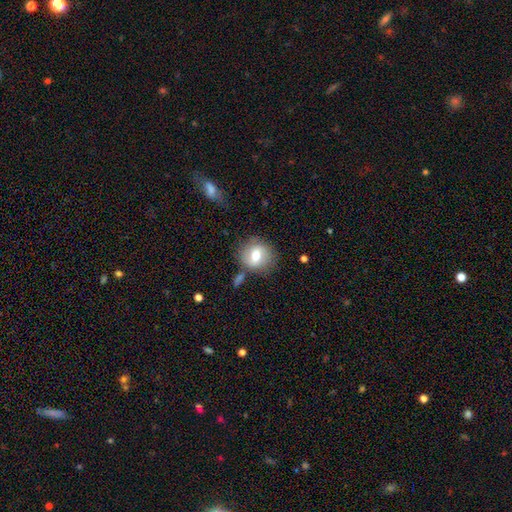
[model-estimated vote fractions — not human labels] This is likely a smooth galaxy (66%). How rounded: clearly round (81%). Merging: likely none (72%).